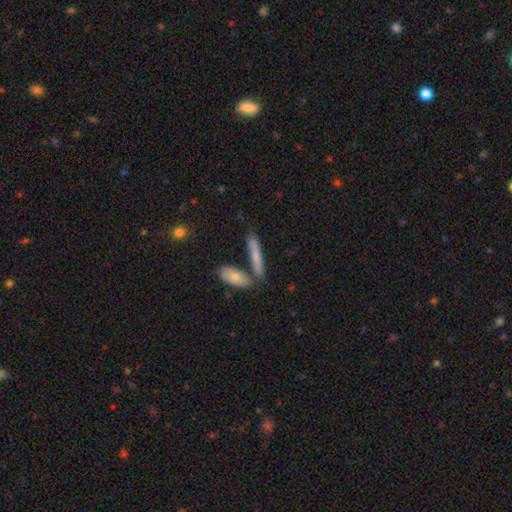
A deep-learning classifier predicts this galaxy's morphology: smooth 70%, featured or disk 23%, star or artifact 7%. Down the decision tree: how rounded — cigar-shaped (80%); merging — none (65%).